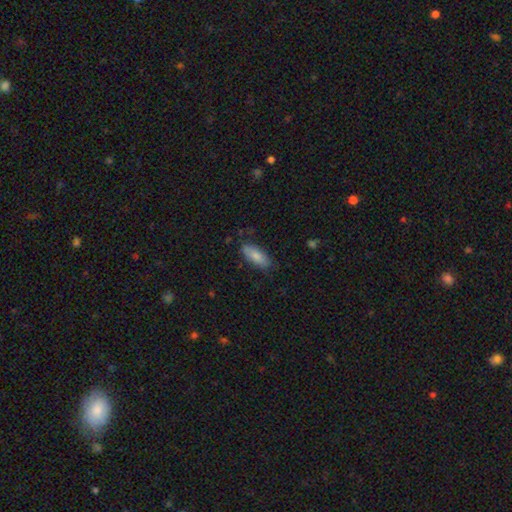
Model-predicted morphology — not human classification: smooth_or_featured: smooth (p=0.83) [alt: featured or disk p=0.11]
how_rounded: in between (p=0.74) [alt: cigar-shaped p=0.24]
merging: none (p=0.80) [alt: minor disturbance p=0.15]